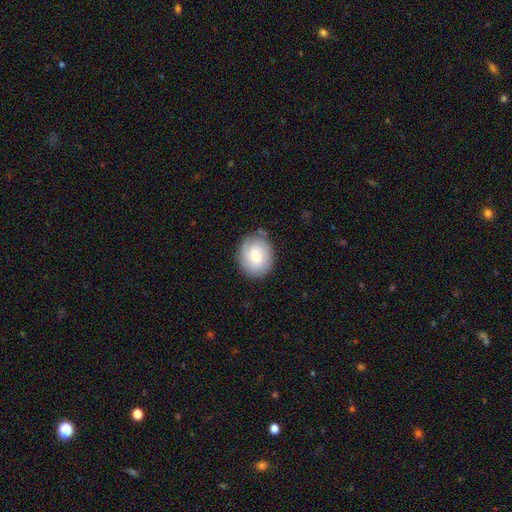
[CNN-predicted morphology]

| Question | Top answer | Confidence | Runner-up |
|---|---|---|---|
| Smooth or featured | smooth | 51% | featured or disk (41%) |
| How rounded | round | 64% | in between (35%) |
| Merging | none | 77% | minor disturbance (17%) |